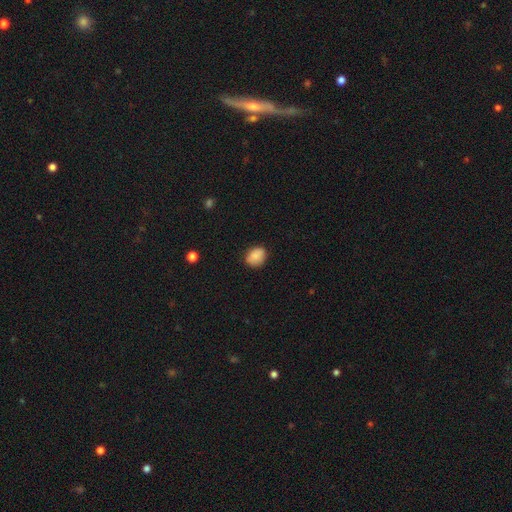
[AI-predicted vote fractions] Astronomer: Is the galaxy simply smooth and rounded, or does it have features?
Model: smooth — 87%.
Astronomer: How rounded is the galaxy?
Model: in between — 57% (runner-up: round, 42%).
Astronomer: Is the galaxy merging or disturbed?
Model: none — 79%.